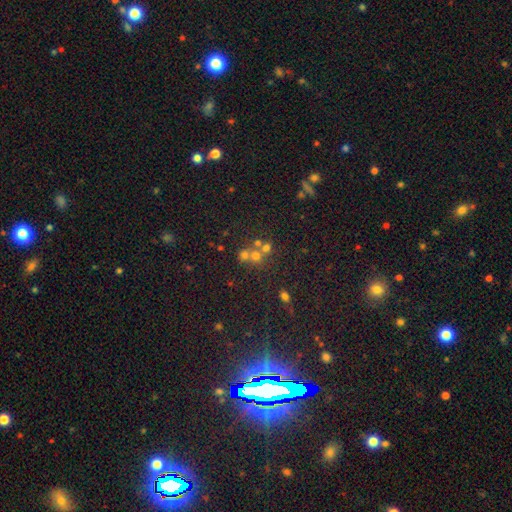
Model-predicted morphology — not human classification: A smooth galaxy with no disk features (53%) that is round (84%). Merging: merger (45%).